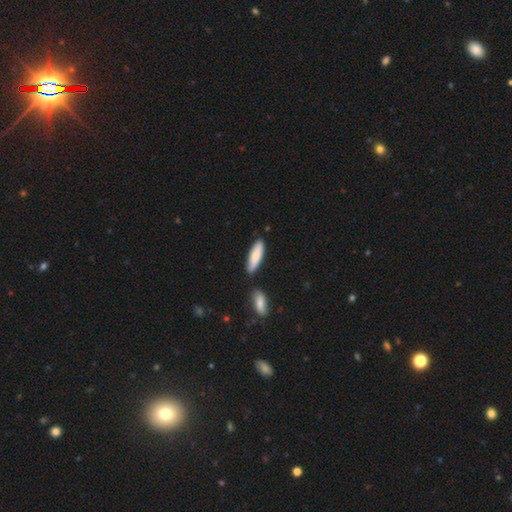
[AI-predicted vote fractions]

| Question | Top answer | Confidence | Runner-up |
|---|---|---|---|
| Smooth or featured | smooth | 82% | featured or disk (13%) |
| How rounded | cigar-shaped | 54% | in between (45%) |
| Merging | none | 75% | minor disturbance (13%) |